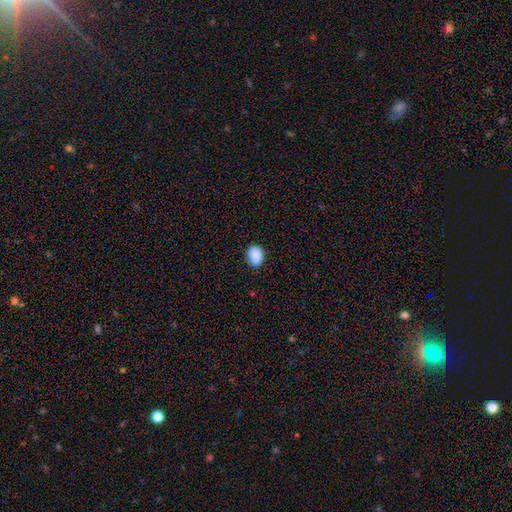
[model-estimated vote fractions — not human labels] This appears to be a smooth galaxy with no disk features (89%) that is in between round and cigar-shaped (78%). Merging: none (83%).